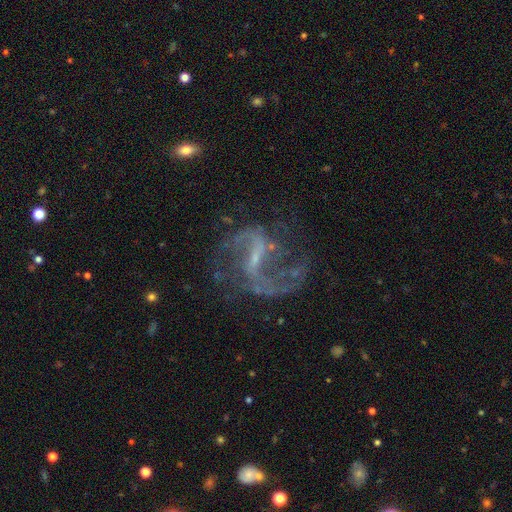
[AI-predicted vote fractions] featured or disk 87%, star or artifact 8%, smooth 4%. Down the decision tree: edge-on disk — no (98%); bar — weak (48%); spiral arms — yes (94%); spiral arm count — 2 (84%); spiral winding — loose (62%); bulge size — small (64%); merging — none (57%).